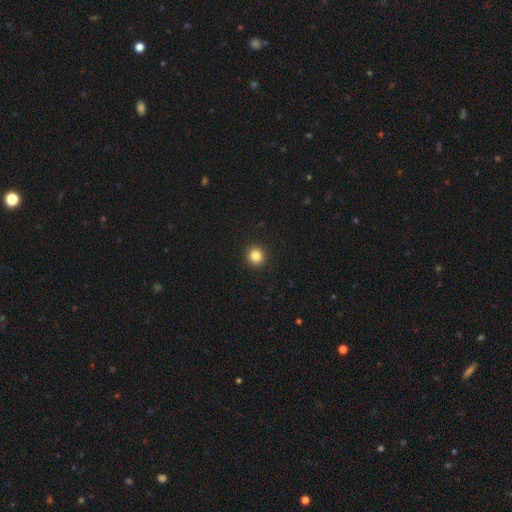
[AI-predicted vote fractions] Overall: smooth (84%). How rounded: round (93%). Merging: none (93%).